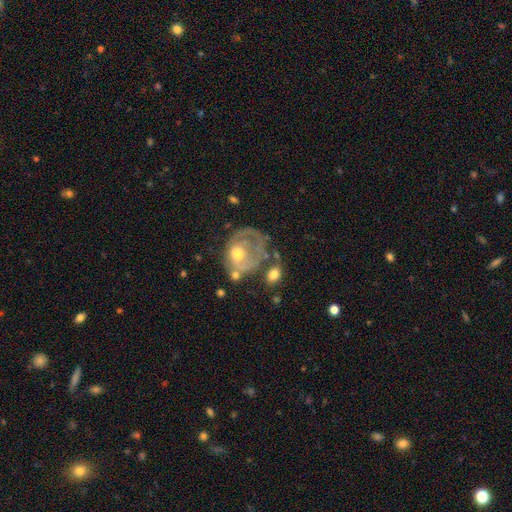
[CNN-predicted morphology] Overall: featured or disk (65%). Edge-on disk: no (96%). Bar: no (82%). Spiral arms: no (52%; yes 48%). Bulge size: moderate (66%). Merging: none (37%; merger 23%).